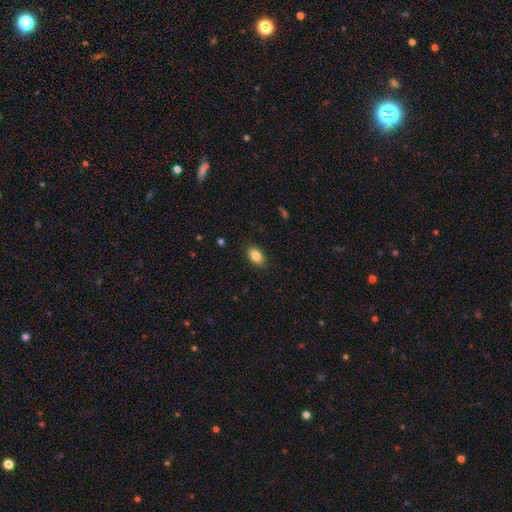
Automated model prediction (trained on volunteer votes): Morphology: type=smooth (85%); roundness=in between (87%); merging=none (88%).